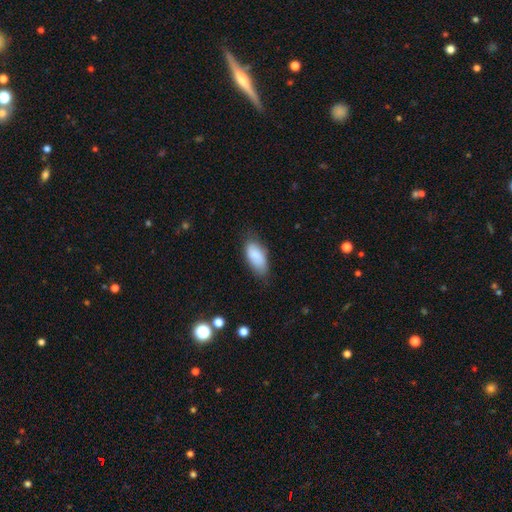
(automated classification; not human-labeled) Morphology: type=smooth (85%); roundness=in between (90%); merging=none (68%).